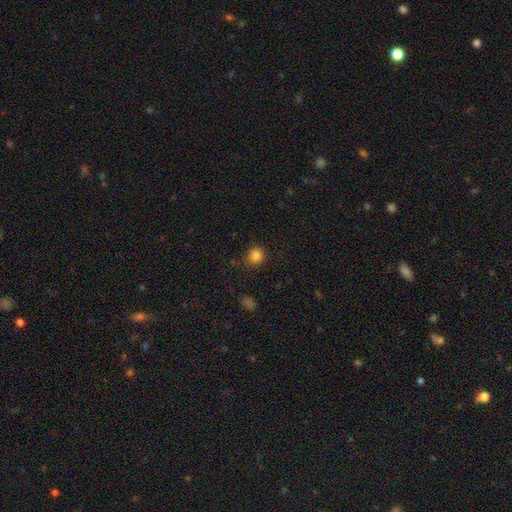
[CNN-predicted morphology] This appears to be a smooth galaxy with no disk features (84%) that is round (88%). Merging: none (82%).